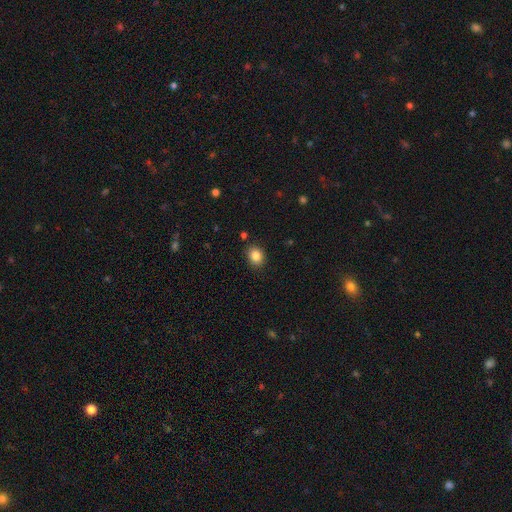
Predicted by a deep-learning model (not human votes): A smooth galaxy with no disk features (85%) that is round (55%). Merging: none (88%).